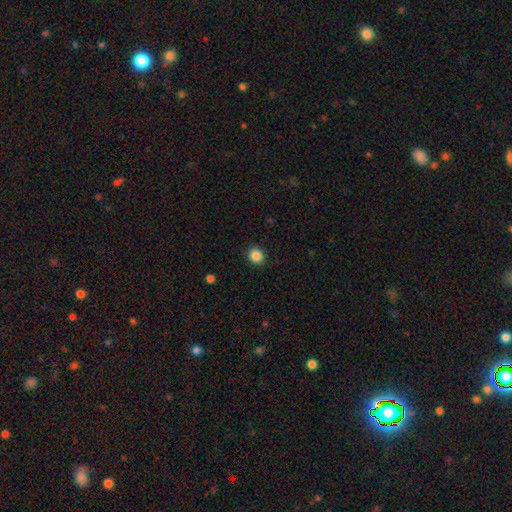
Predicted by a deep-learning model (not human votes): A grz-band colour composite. It shows a smooth galaxy with no disk features (86%) that is round (87%). Merging: none (92%).